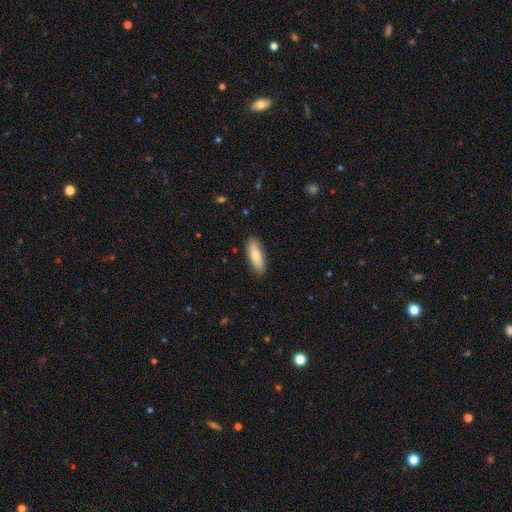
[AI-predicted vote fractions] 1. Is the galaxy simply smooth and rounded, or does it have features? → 72% smooth, 22% featured or disk, 6% star or artifact.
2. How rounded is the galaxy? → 56% in between, 42% cigar-shaped, 2% round.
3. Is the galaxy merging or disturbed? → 87% none, 10% minor disturbance, 2% major disturbance, 1% merger.